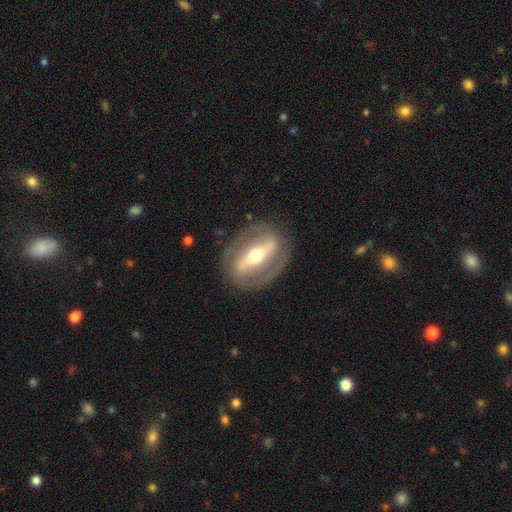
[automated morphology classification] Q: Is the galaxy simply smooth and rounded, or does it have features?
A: featured or disk — 80%.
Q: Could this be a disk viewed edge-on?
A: no — 83%.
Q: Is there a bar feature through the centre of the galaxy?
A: strong — 77%.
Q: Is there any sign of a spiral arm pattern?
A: yes — 56%.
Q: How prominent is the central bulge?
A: moderate — 66%.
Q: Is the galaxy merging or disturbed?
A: none — 83%.